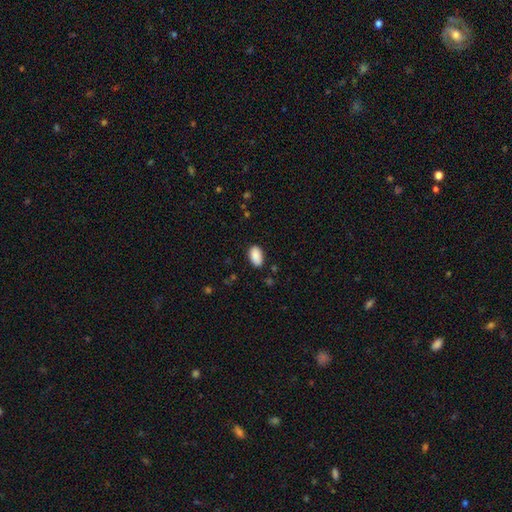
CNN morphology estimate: This is clearly a smooth galaxy (90%). How rounded: clearly in between (94%). Merging: clearly none (86%).